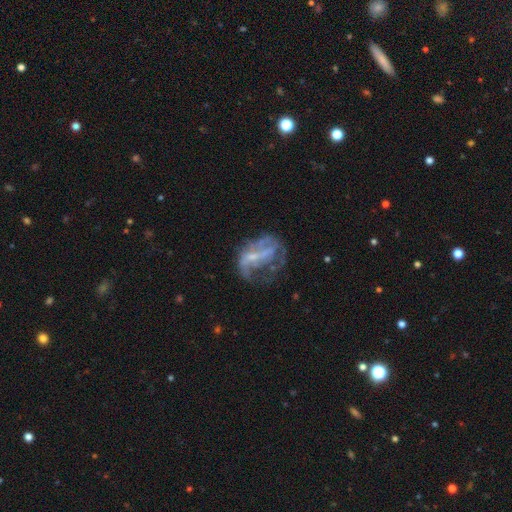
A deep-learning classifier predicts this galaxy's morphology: A featured or disk galaxy (70%) with a weak bar (38%), no spiral arms (51%) and a small central bulge (48%).

Vote fractions:
- Smooth or featured? featured or disk: 70% / smooth: 19% / star or artifact: 12%
- Edge-on disk? no: 96% / yes: 4%
- Bar? weak: 38% / no: 36% / strong: 26%
- Spiral arms? no: 51% / yes: 49%
- Bulge size? small: 48% / none: 31% / moderate: 18% / large: 2% / dominant: 1%
- Merging? major disturbance: 42% / none: 33% / minor disturbance: 21% / merger: 5%